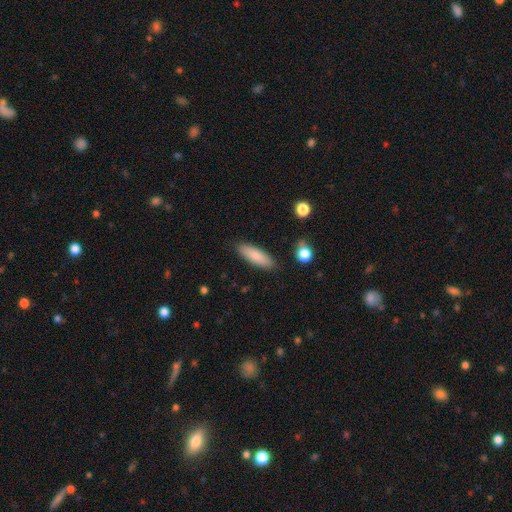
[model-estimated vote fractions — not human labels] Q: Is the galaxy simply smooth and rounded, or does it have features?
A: smooth — 84%.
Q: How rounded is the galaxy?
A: in between — 52%.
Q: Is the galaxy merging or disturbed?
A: none — 86%.